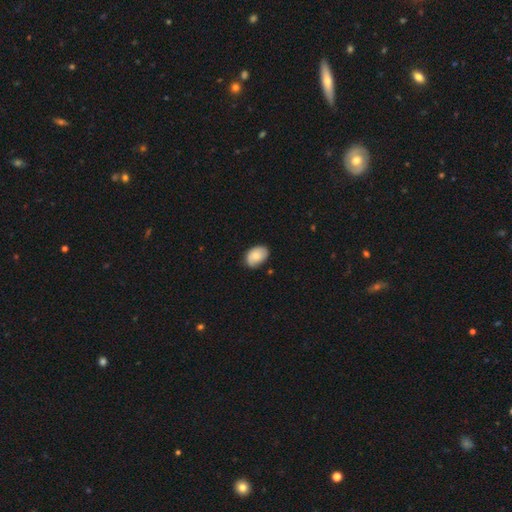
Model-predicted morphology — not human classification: This is likely a smooth galaxy (76%). How rounded: clearly in between (82%). Merging: likely none (74%).